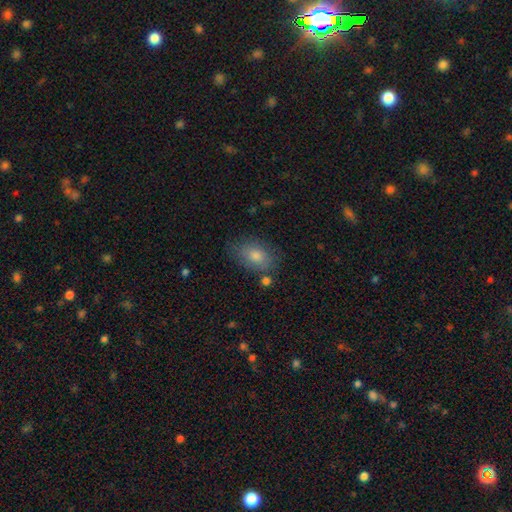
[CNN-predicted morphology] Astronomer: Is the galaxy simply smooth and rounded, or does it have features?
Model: smooth — 76%.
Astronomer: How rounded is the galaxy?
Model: in between — 81%.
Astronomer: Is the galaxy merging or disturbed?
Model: none — 75%.